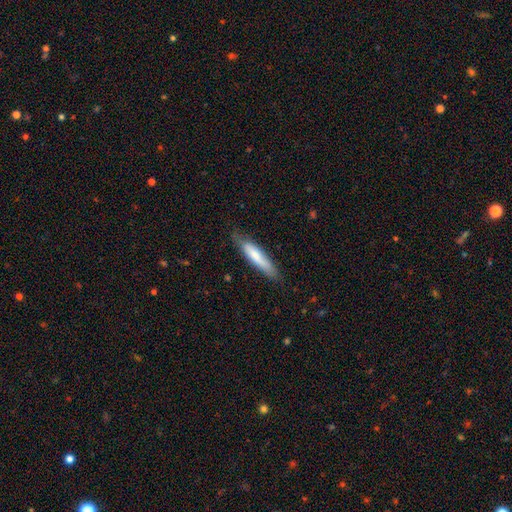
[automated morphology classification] Smooth or featured? Predicted: smooth (p=0.72). How rounded? Predicted: cigar-shaped (p=0.80). Merging? Predicted: none (p=0.76).